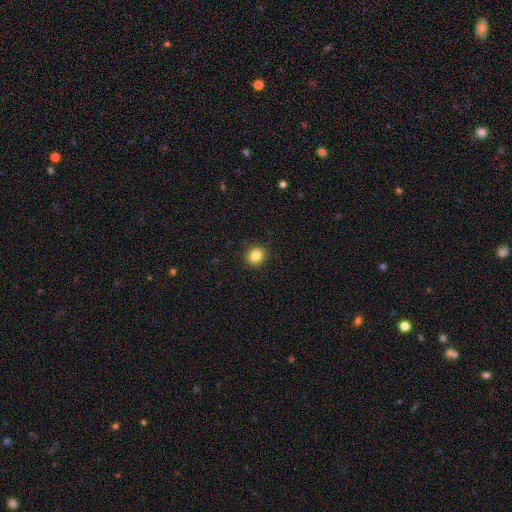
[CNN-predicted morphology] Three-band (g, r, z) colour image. It shows a smooth galaxy with no disk features (84%) that is round (86%). Merging: none (90%).